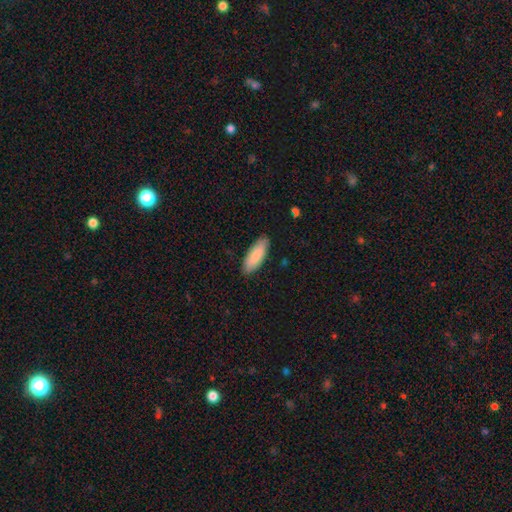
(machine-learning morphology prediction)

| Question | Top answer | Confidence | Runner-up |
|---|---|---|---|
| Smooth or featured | smooth | 85% | featured or disk (10%) |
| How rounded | in between | 73% | cigar-shaped (26%) |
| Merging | none | 86% | minor disturbance (11%) |